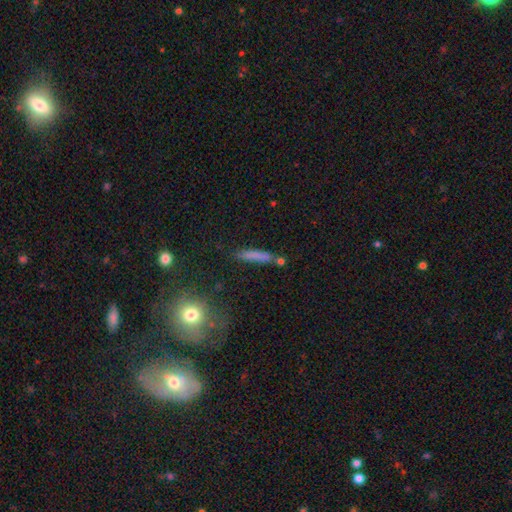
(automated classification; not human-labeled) Smooth or featured?
  - smooth: 75% *
  - featured or disk: 16%
  - star or artifact: 10%
How rounded?
  - cigar-shaped: 89% *
  - in between: 8%
  - round: 2%
Merging?
  - none: 75% *
  - minor disturbance: 13%
  - merger: 7%
  - major disturbance: 4%